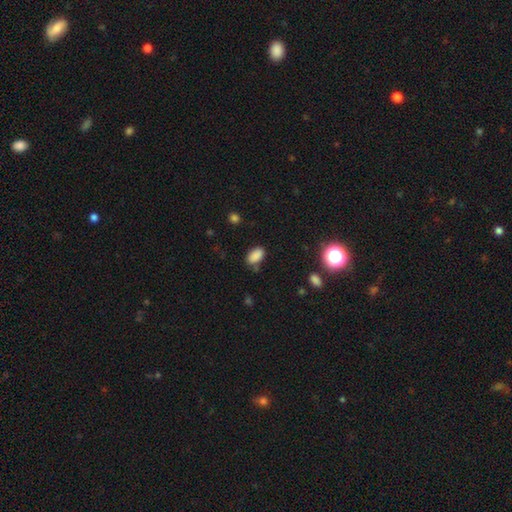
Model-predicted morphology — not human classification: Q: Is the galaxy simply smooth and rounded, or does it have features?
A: smooth — 86%.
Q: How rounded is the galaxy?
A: in between — 92%.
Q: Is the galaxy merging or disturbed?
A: none — 74%.